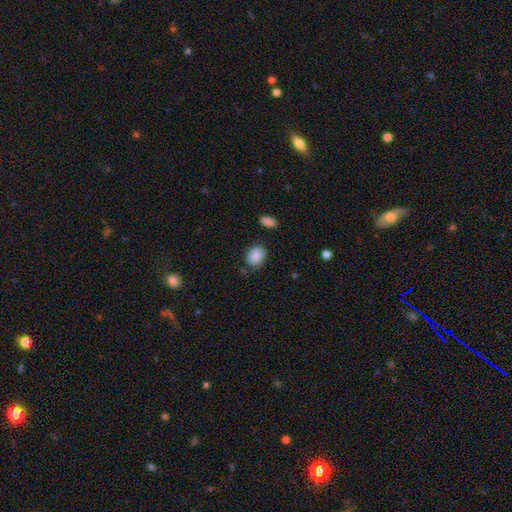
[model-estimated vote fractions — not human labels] Q: Smooth or featured?
A: smooth (84%); runner-up: featured or disk (9%)
Q: How rounded?
A: round (55%); runner-up: in between (44%)
Q: Merging?
A: none (78%); runner-up: minor disturbance (16%)